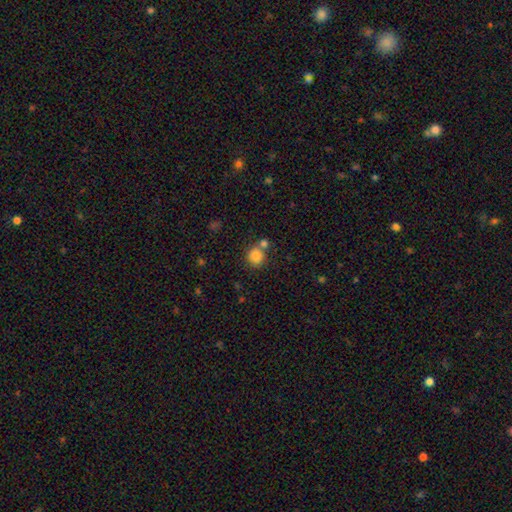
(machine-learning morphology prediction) The model was most divided on "merging": none: 63%, merger: 24%, minor disturbance: 10%, major disturbance: 4%. More confident: smooth or featured — smooth (85%); how rounded — round (85%).